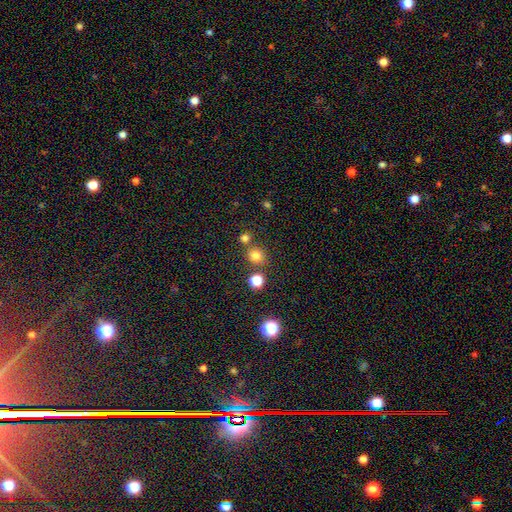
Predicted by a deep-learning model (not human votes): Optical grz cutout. It shows a smooth galaxy with no disk features (76%) that is round (85%). Merging: none (71%).